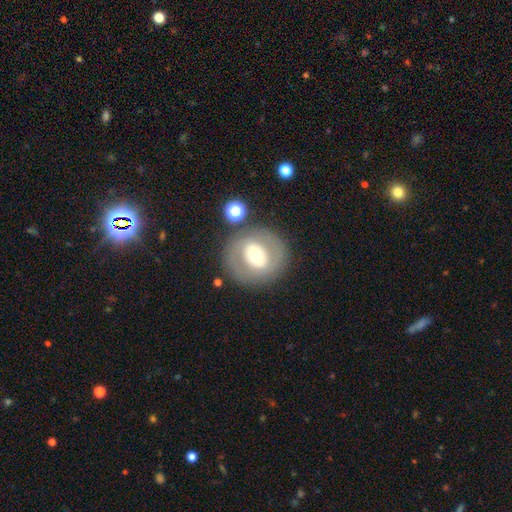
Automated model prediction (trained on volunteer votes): The model was most divided on "smooth or featured": featured or disk: 50%, smooth: 41%, star or artifact: 8%. More confident: edge-on disk — no (95%); merging — none (79%).